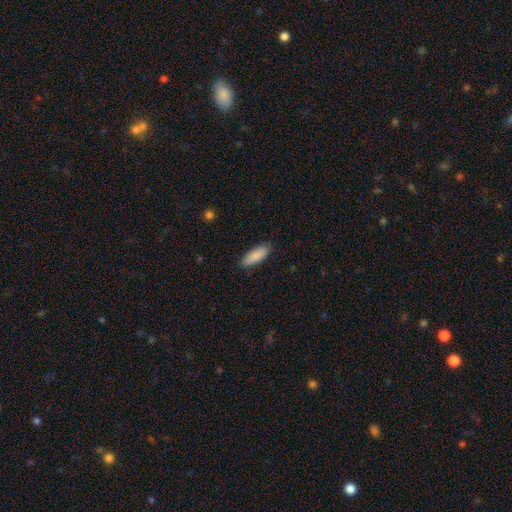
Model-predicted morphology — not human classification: Q: Smooth or featured?
A: smooth (88%); runner-up: featured or disk (6%)
Q: How rounded?
A: in between (61%); runner-up: cigar-shaped (38%)
Q: Merging?
A: none (88%); runner-up: minor disturbance (9%)